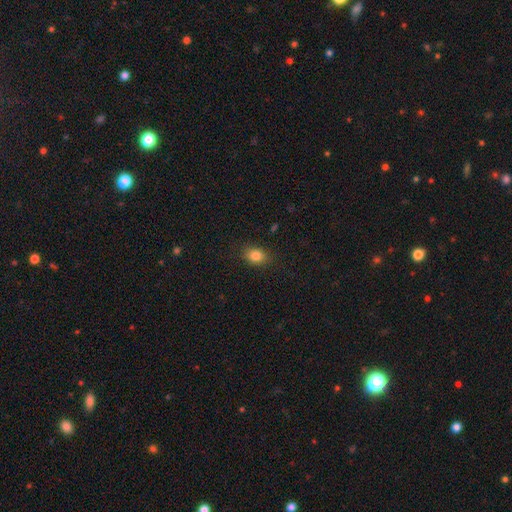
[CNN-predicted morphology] The model was most divided on "how rounded": in between: 68%, round: 31%, cigar-shaped: 1%. More confident: merging — none (86%); smooth or featured — smooth (84%).